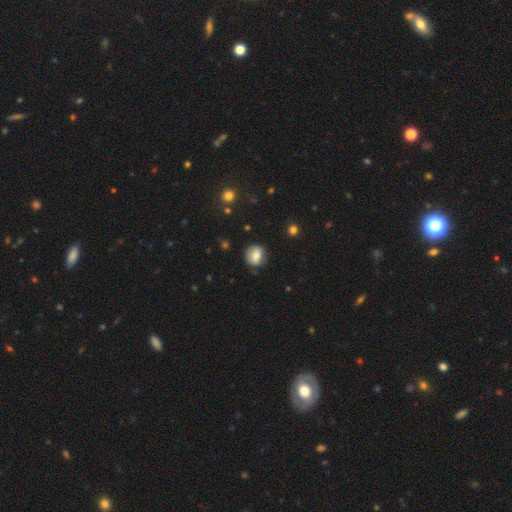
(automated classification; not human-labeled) This is likely a smooth galaxy (75%). How rounded: clearly round (80%). Merging: clearly none (80%).